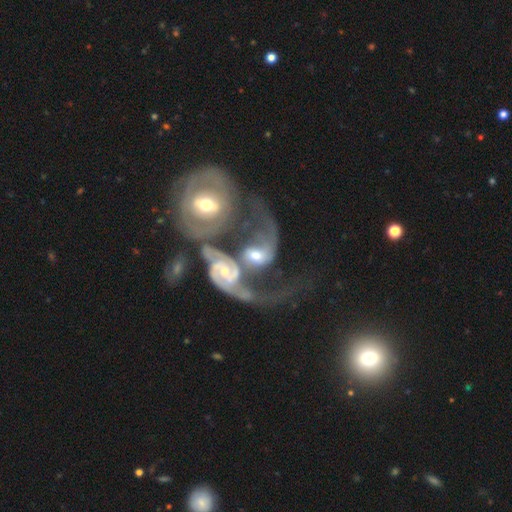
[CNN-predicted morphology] This appears to be a featured or disk galaxy (83%) with no bar (43%), 2 (81%) loose (52%) spiral arms (93%) and a moderate central bulge (57%). Merging: merger (74%).